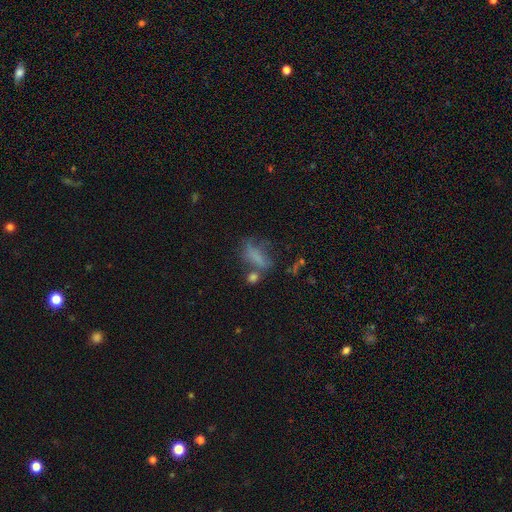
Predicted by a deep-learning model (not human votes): Overall: smooth (62%; featured or disk 22%). How rounded: in between (66%). Merging: none (35%; major disturbance 26%).